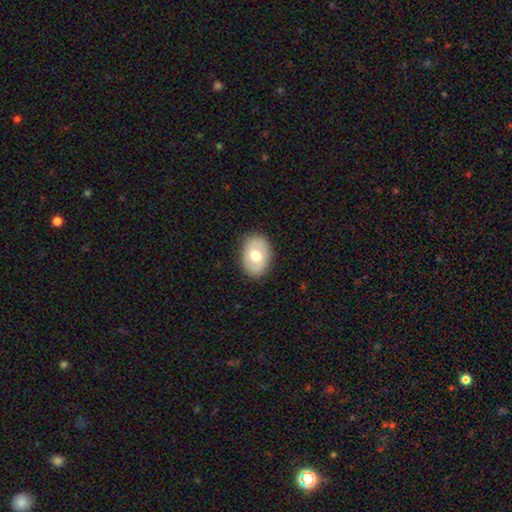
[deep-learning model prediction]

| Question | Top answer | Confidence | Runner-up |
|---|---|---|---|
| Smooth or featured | smooth | 65% | featured or disk (28%) |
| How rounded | in between | 78% | round (21%) |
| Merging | none | 85% | minor disturbance (11%) |